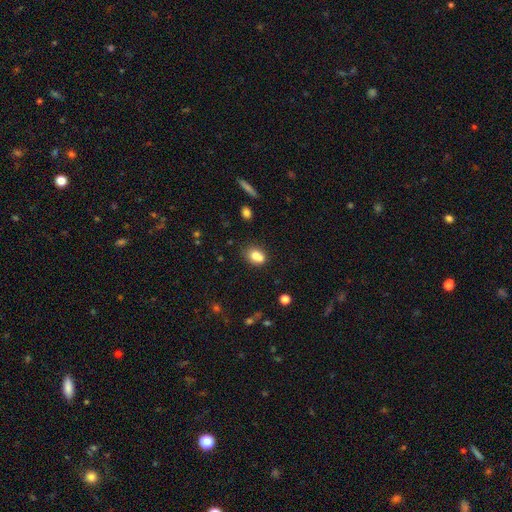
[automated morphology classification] Smooth or featured? smooth (76%)
How rounded? in between (58%)
Merging? none (46%)